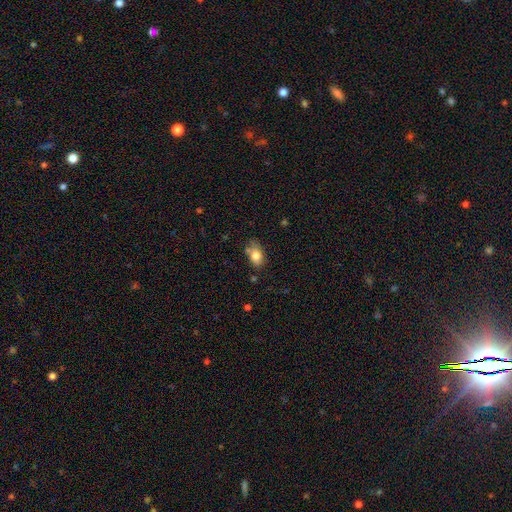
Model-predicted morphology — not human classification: Smooth or featured: smooth — 81% (featured or disk — 10%)
How rounded: in between — 82% (round — 17%)
Merging: none — 58% (minor disturbance — 26%)